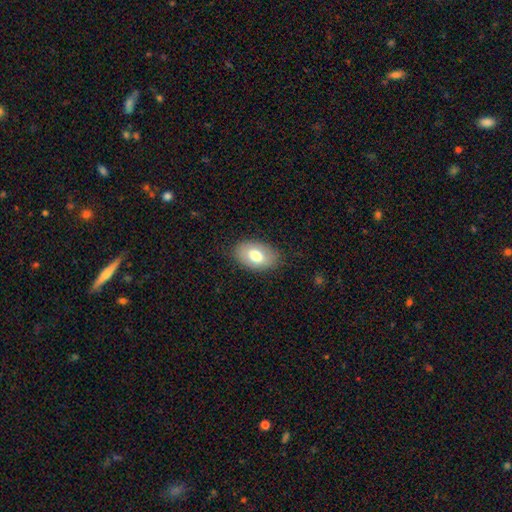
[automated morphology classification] Smooth or featured: smooth — 74% (featured or disk — 19%)
How rounded: in between — 91% (round — 8%)
Merging: none — 84% (minor disturbance — 12%)